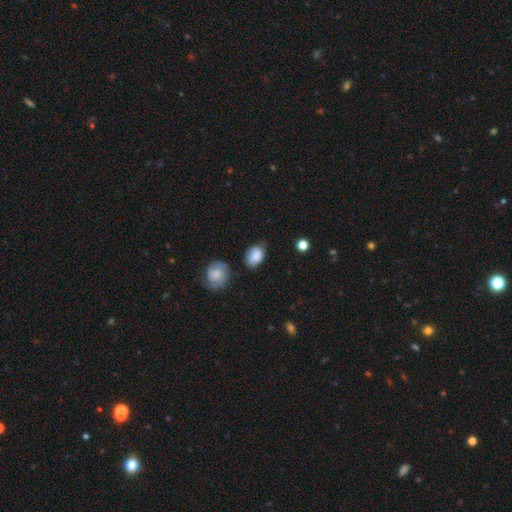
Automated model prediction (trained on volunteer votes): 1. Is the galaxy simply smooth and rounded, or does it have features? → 85% smooth, 8% featured or disk, 7% star or artifact.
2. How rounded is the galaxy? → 78% in between, 21% round, 1% cigar-shaped.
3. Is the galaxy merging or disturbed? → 63% none, 27% minor disturbance, 6% major disturbance, 4% merger.